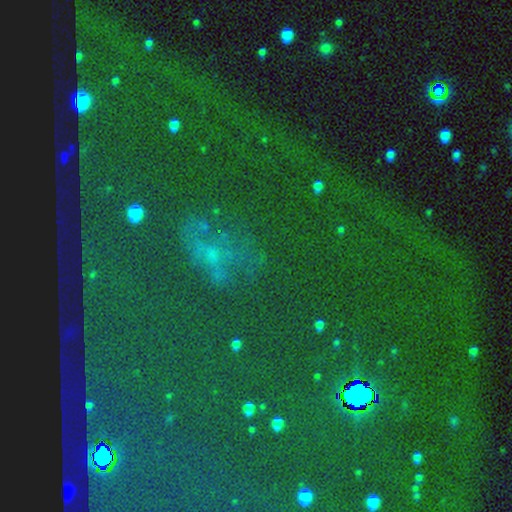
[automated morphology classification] smooth_or_featured: star or artifact (p=0.69) [alt: smooth p=0.16]